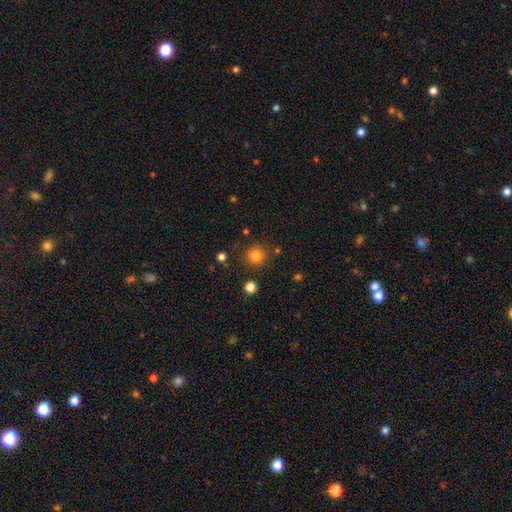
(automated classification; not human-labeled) Overall: smooth (82%). How rounded: round (93%). Merging: none (85%).